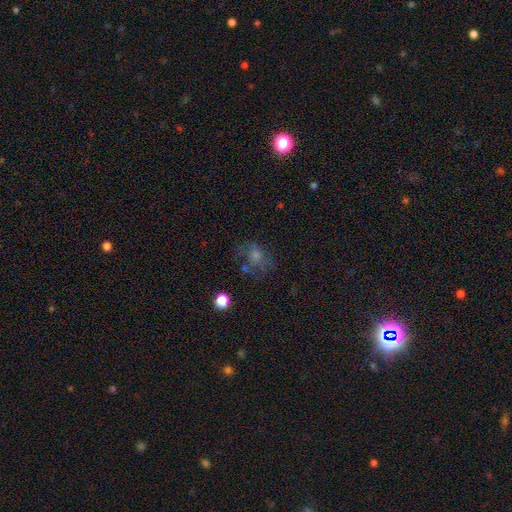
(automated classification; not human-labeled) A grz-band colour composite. It shows a smooth galaxy with no disk features (46%). Merging: none (49%).